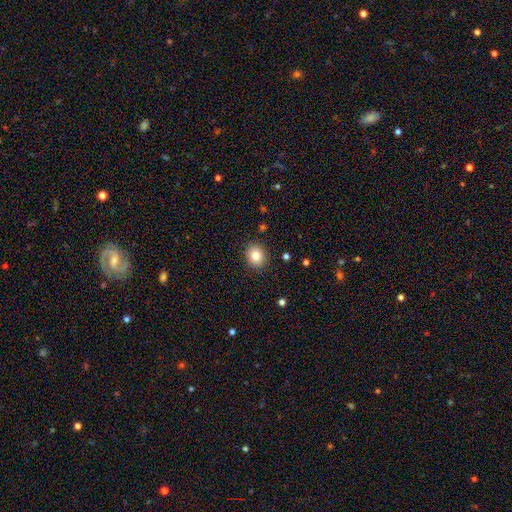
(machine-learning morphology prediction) Smooth or featured: smooth — 81% (star or artifact — 10%)
How rounded: round — 70% (in between — 30%)
Merging: none — 89% (minor disturbance — 8%)